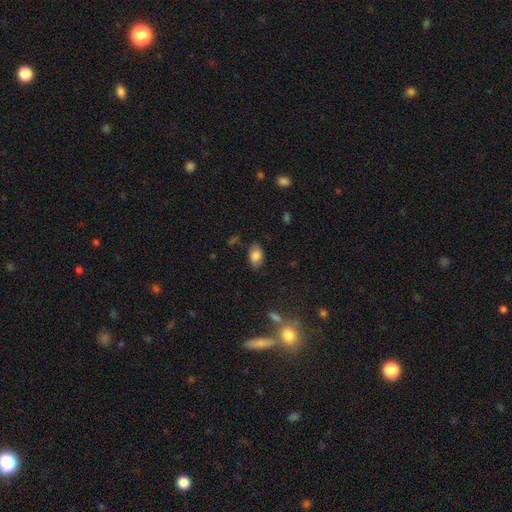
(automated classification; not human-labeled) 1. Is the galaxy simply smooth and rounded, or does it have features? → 81% smooth, 10% featured or disk, 8% star or artifact.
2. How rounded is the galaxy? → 90% in between, 8% round, 2% cigar-shaped.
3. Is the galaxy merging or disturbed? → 82% none, 13% minor disturbance, 3% major disturbance, 2% merger.